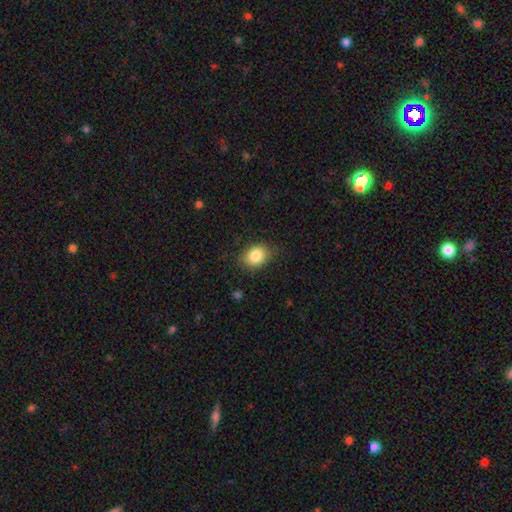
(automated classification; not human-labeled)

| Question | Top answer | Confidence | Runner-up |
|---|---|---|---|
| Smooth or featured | smooth | 84% | star or artifact (8%) |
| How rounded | in between | 61% | round (37%) |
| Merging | none | 75% | minor disturbance (19%) |